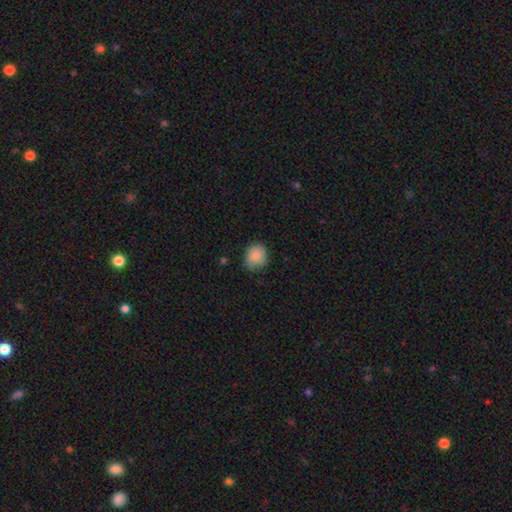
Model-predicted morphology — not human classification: Smooth or featured: smooth — 86% (star or artifact — 8%)
How rounded: round — 67% (in between — 32%)
Merging: none — 73% (minor disturbance — 22%)